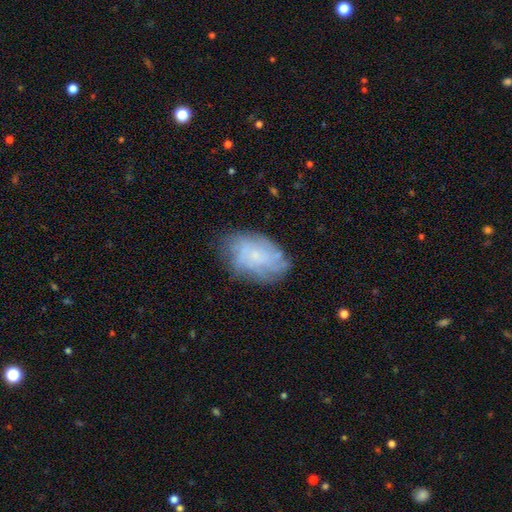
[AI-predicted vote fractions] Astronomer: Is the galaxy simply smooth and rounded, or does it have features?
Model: featured or disk — 54% (runner-up: smooth, 36%).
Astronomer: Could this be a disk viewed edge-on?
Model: no — 96%.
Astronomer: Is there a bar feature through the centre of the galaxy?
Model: no — 80%.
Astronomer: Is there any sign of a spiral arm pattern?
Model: yes — 72%.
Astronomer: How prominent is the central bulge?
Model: small — 64%.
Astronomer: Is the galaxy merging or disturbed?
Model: none — 68%.